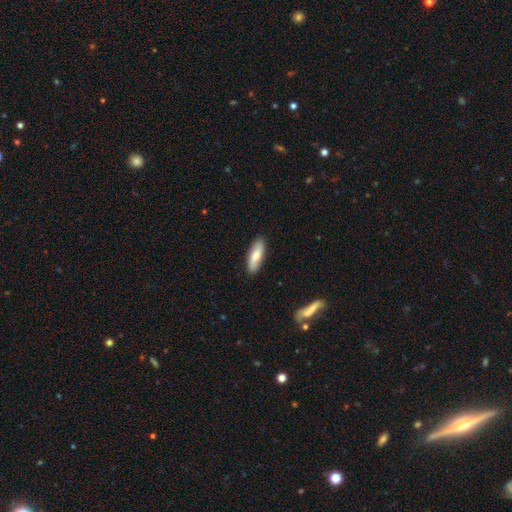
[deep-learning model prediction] A smooth galaxy with no disk features (71%) that is in between round and cigar-shaped (59%).

Vote fractions:
- Smooth or featured? smooth: 71% / featured or disk: 24% / star or artifact: 5%
- How rounded? in between: 59% / cigar-shaped: 39% / round: 2%
- Merging? none: 88% / minor disturbance: 9% / major disturbance: 2% / merger: 1%